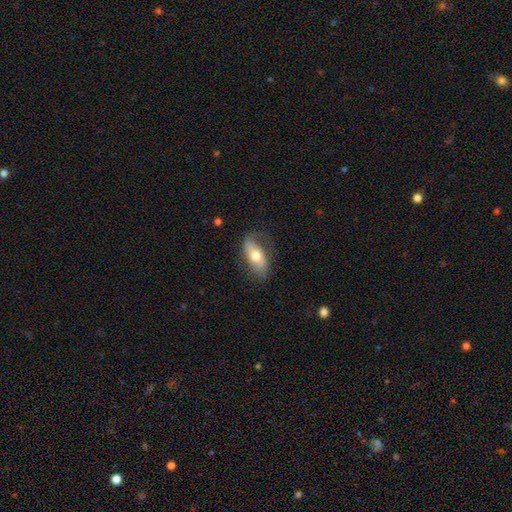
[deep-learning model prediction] A featured or disk galaxy (51%). Merging: none (63%).